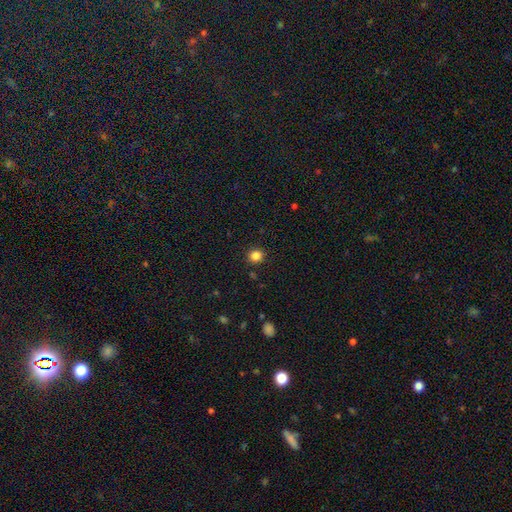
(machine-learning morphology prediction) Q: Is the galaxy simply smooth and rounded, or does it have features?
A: smooth — 84%.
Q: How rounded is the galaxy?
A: round — 87%.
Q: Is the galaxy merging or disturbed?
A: none — 91%.